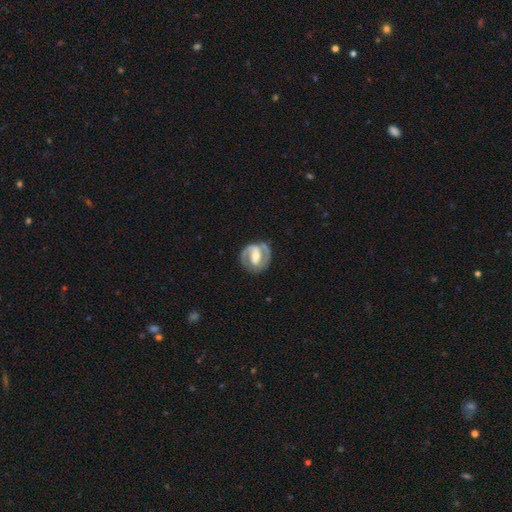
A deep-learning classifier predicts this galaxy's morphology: A featured or disk galaxy (83%) with a strong bar (48%), 2 (82%) tight (47%) spiral arms (86%) and a moderate central bulge (64%).

Vote fractions:
- Smooth or featured? featured or disk: 83% / smooth: 13% / star or artifact: 4%
- Edge-on disk? no: 97% / yes: 3%
- Bar? strong: 48% / weak: 35% / no: 17%
- Spiral arms? yes: 86% / no: 14%
- Spiral winding? tight: 47% / medium: 42% / loose: 10%
- Spiral arm count? 2: 82% / 1: 9% / can't tell: 6% / 3: 1% / 4: 1% / more than 4: 1%
- Bulge size? moderate: 64% / small: 23% / large: 10% / none: 2% / dominant: 1%
- Merging? none: 78% / minor disturbance: 14% / major disturbance: 6% / merger: 2%